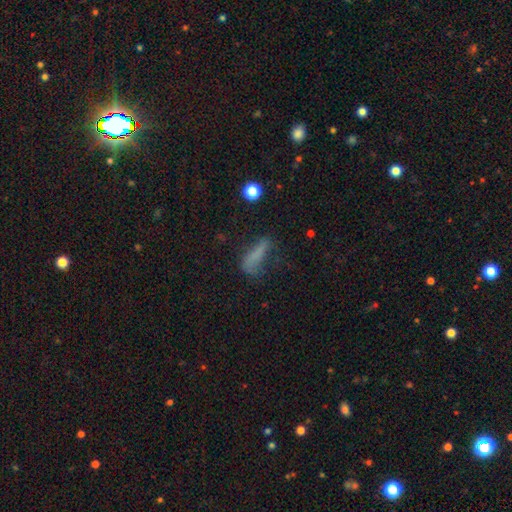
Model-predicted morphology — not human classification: Smooth or featured?
  - smooth: 65% *
  - featured or disk: 21%
  - star or artifact: 15%
How rounded?
  - cigar-shaped: 58% *
  - in between: 37%
  - round: 5%
Merging?
  - none: 43% *
  - minor disturbance: 28%
  - major disturbance: 25%
  - merger: 5%